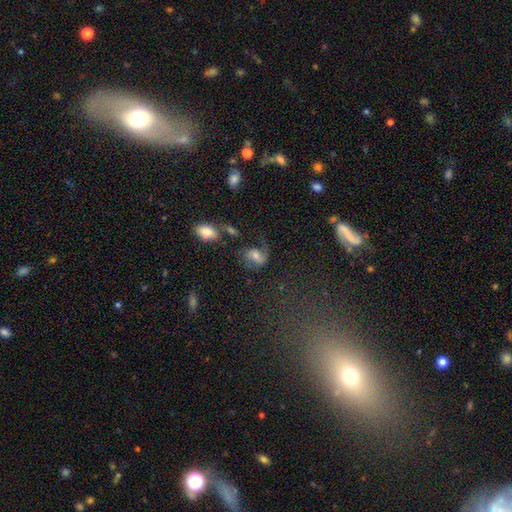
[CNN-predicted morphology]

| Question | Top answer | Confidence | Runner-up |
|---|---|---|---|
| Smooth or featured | featured or disk | 59% | smooth (29%) |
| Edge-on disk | no | 97% | yes (3%) |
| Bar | no | 47% | weak (39%) |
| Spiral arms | yes | 88% | no (12%) |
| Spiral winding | loose | 48% | medium (39%) |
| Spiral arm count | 2 | 61% | 1 (30%) |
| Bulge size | moderate | 55% | small (30%) |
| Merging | none | 44% | major disturbance (28%) |